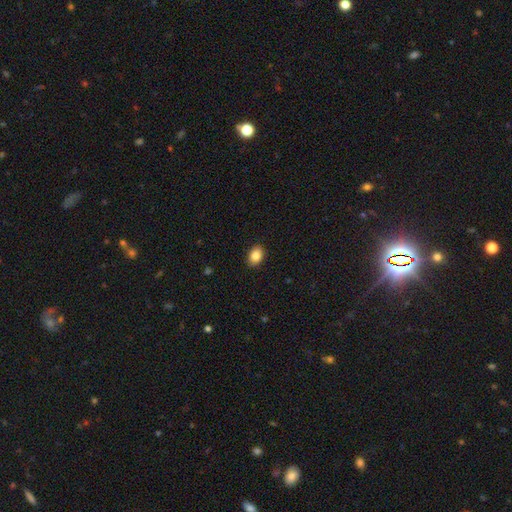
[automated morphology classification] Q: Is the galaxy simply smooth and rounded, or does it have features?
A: smooth — 86%.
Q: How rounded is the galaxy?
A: in between — 73%.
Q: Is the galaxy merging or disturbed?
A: none — 90%.